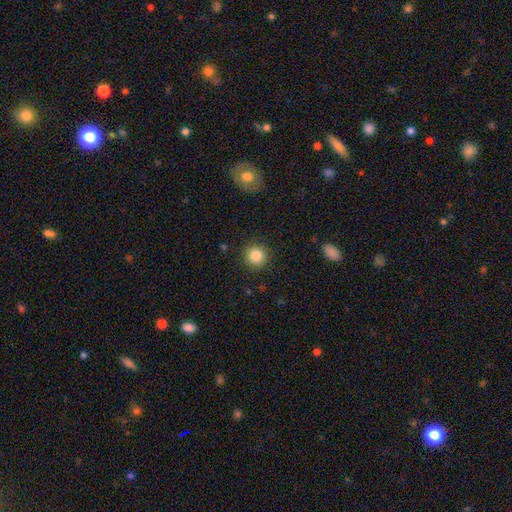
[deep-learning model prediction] smooth 85%, star or artifact 10%, featured or disk 5%. Down the decision tree: how rounded — round (94%); merging — none (91%).